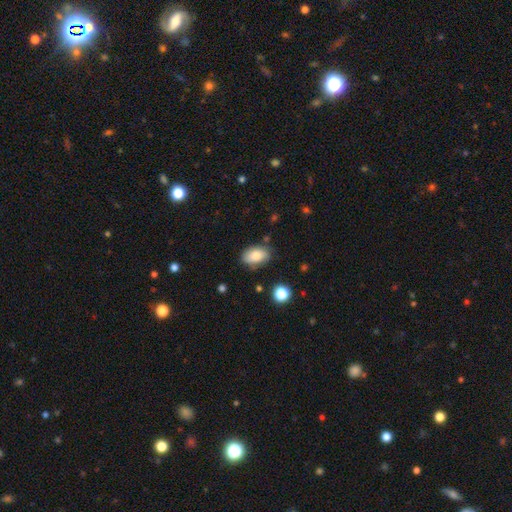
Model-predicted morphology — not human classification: This appears to be a smooth galaxy with no disk features (82%) that is in between round and cigar-shaped (91%). Merging: none (75%).